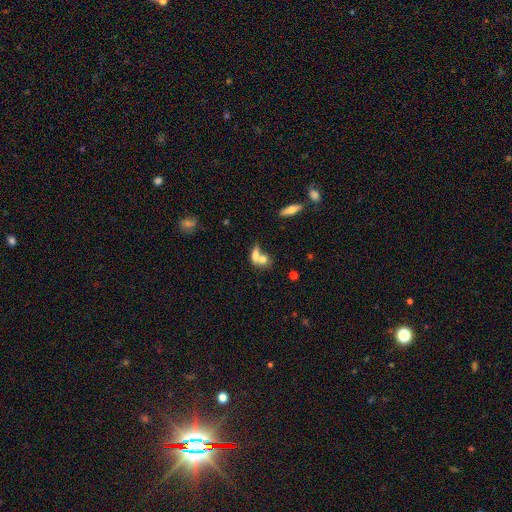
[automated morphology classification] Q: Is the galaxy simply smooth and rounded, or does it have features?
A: smooth — 68%.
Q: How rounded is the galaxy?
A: in between — 59%.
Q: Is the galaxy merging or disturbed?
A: merger — 59%.